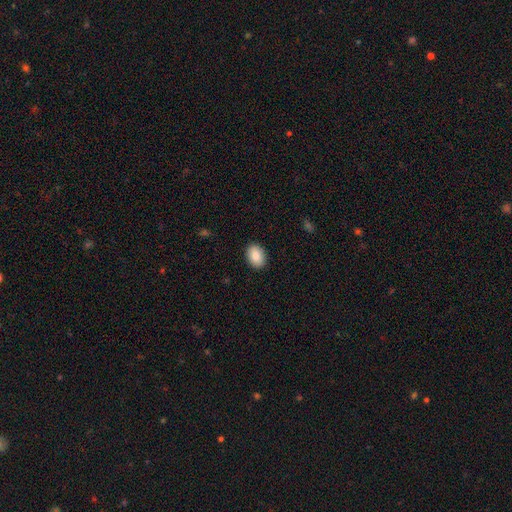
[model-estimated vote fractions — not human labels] This appears to be a smooth galaxy with no disk features (87%) that is in between round and cigar-shaped (82%). Merging: none (90%).